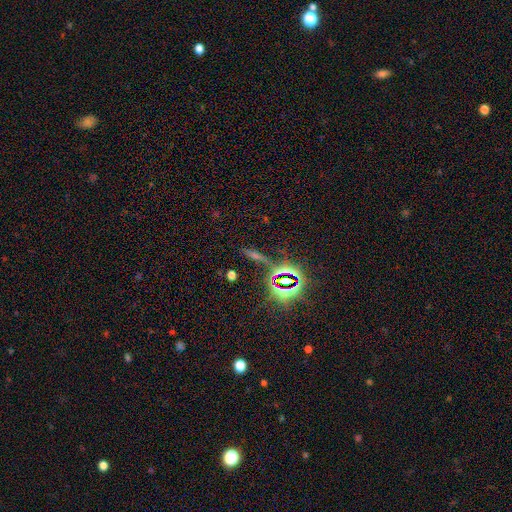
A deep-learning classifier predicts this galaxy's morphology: Q: Smooth or featured?
A: star or artifact (55%); runner-up: smooth (23%)